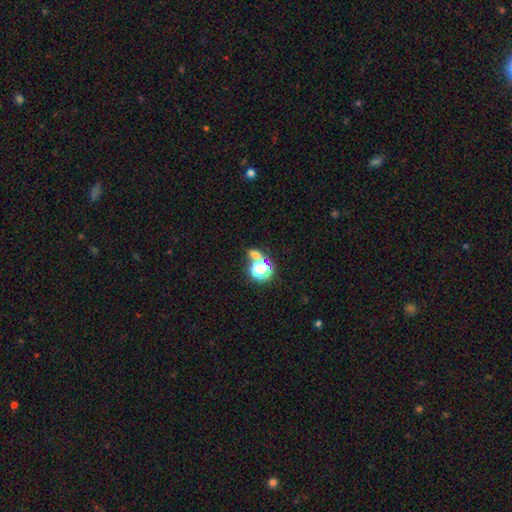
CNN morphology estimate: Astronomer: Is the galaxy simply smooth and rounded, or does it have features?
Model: smooth — 56% (runner-up: star or artifact, 34%).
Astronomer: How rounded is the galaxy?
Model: round — 64%.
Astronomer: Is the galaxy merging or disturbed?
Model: none — 55% (runner-up: merger, 31%).